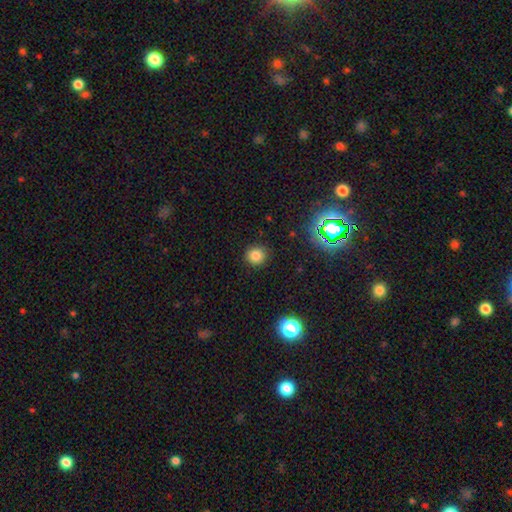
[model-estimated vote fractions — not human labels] Smooth or featured? Predicted: smooth (p=0.81). How rounded? Predicted: round (p=0.90). Merging? Predicted: none (p=0.90).